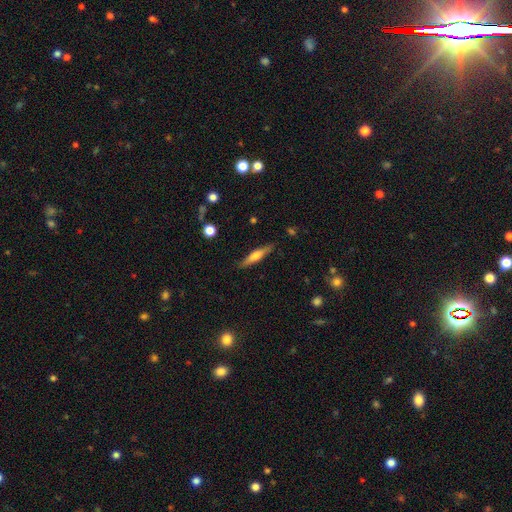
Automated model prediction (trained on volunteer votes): Smooth or featured? featured or disk (51%)
Edge-on disk? yes (95%)
Merging? none (87%)